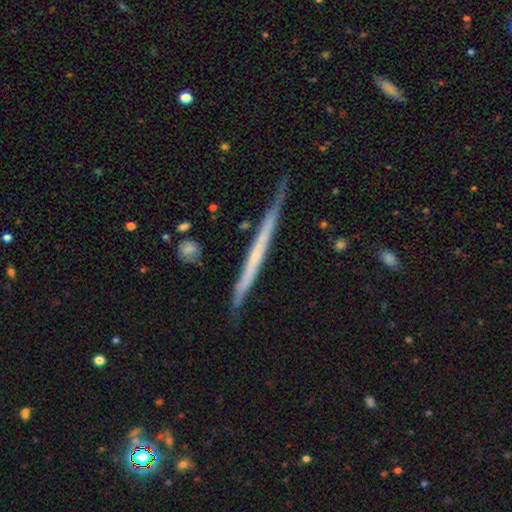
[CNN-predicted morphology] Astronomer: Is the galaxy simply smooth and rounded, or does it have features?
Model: featured or disk — 60%.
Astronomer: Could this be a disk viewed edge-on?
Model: yes — 96%.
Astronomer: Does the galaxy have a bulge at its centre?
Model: none — 89%.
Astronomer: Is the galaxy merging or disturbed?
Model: none — 79%.